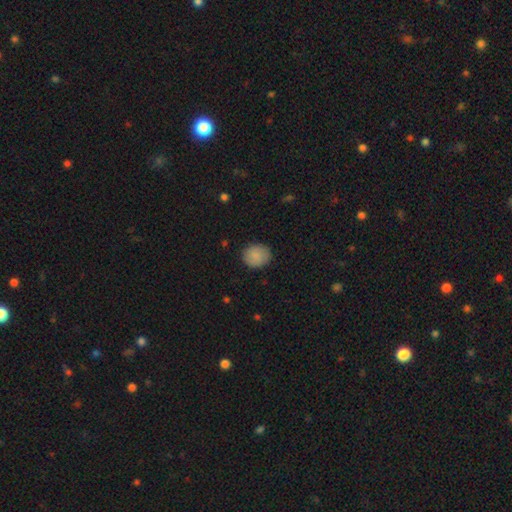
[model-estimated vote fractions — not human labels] Smooth or featured: smooth — 87% (star or artifact — 7%)
How rounded: round — 74% (in between — 25%)
Merging: none — 87% (minor disturbance — 10%)